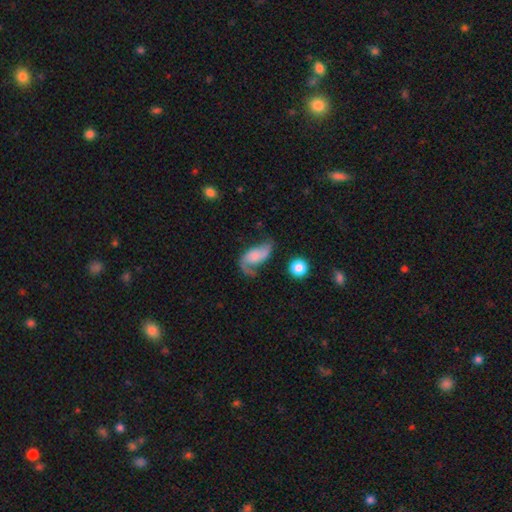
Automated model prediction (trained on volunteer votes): Smooth or featured? featured or disk (65%)
Edge-on disk? no (96%)
Bar? no (64%)
Spiral arms? yes (91%)
Spiral winding? loose (69%)
Spiral arm count? 2 (73%)
Bulge size? none (43%)
Merging? none (43%)